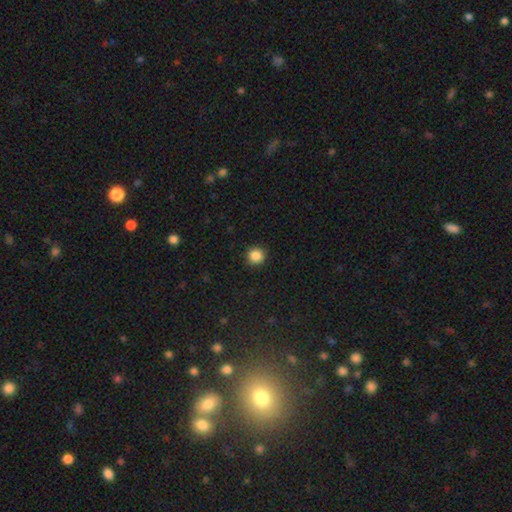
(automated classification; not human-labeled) Smooth or featured: smooth — 86% (star or artifact — 11%)
How rounded: round — 94% (in between — 5%)
Merging: none — 92% (minor disturbance — 5%)